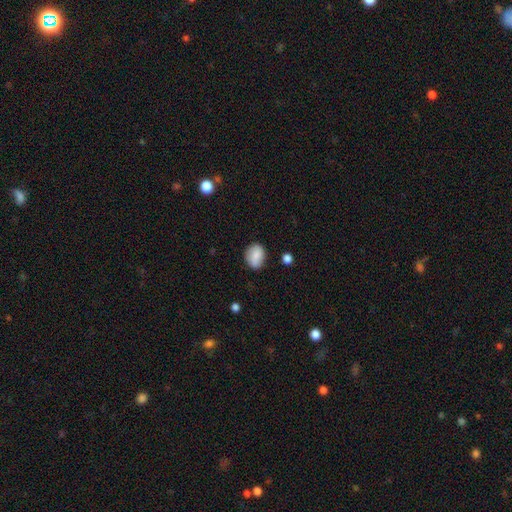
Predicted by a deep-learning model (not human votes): smooth 84%, featured or disk 8%, star or artifact 8%. Down the decision tree: how rounded — in between (52%); merging — none (75%).